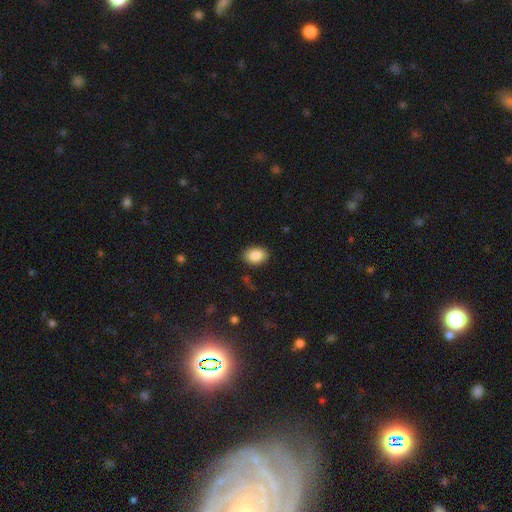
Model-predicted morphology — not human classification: type=smooth (86%); roundness=in between (78%); merging=none (87%).